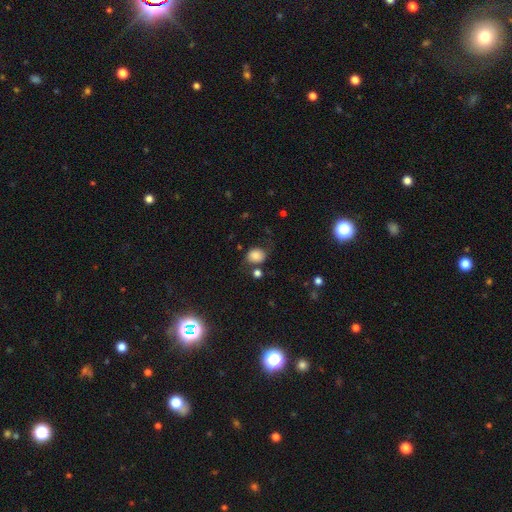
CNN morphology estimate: Q: Smooth or featured?
A: smooth (77%); runner-up: featured or disk (12%)
Q: How rounded?
A: round (59%); runner-up: in between (40%)
Q: Merging?
A: none (61%); runner-up: minor disturbance (20%)